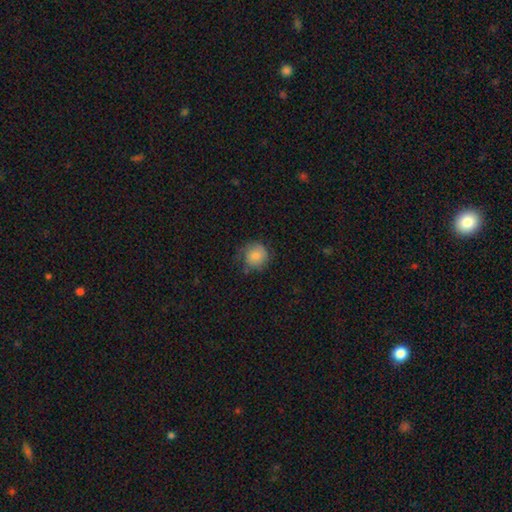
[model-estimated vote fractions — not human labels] Smooth or featured: smooth — 80% (featured or disk — 12%)
How rounded: round — 89% (in between — 10%)
Merging: none — 64% (minor disturbance — 26%)